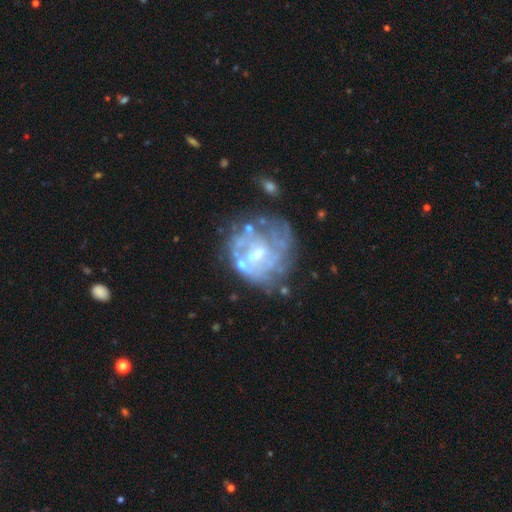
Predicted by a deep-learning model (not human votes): This is likely a featured or disk galaxy (74%). It is clearly not viewed edge-on (98%). Bar: possibly no (47%). Spiral arm pattern: possibly no (52%). Central bulge: marginally small (43%). Merging: possibly none (48%).